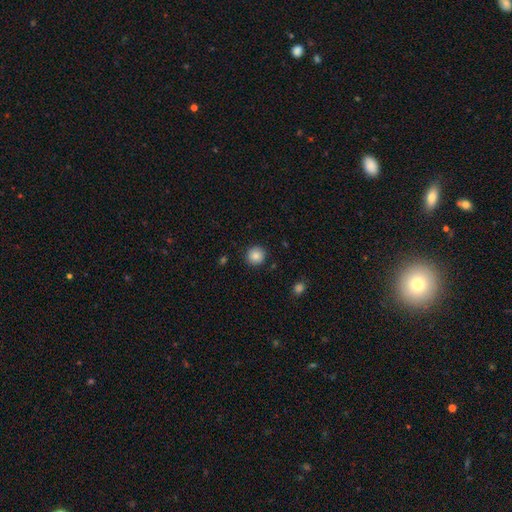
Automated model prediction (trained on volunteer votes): Smooth or featured? Predicted: smooth (p=0.86). How rounded? Predicted: round (p=0.94). Merging? Predicted: none (p=0.91).